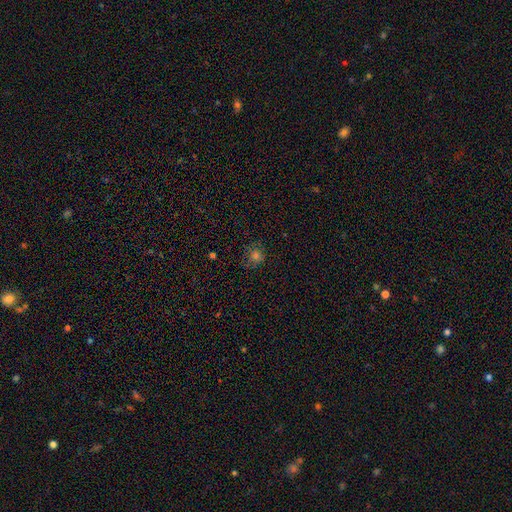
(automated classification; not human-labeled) Smooth or featured? smooth (65%)
How rounded? round (87%)
Merging? none (77%)